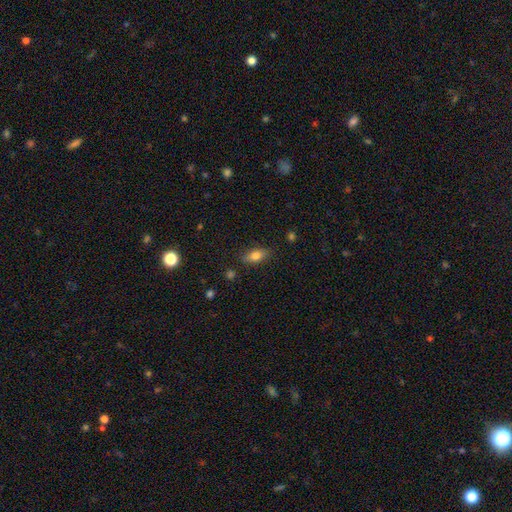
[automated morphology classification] Smooth or featured?
  - smooth: 76% *
  - featured or disk: 16%
  - star or artifact: 8%
How rounded?
  - in between: 81% *
  - cigar-shaped: 14%
  - round: 5%
Merging?
  - none: 84% *
  - minor disturbance: 12%
  - major disturbance: 3%
  - merger: 2%